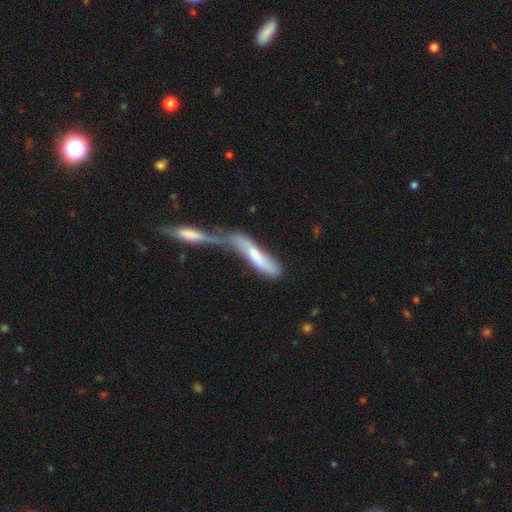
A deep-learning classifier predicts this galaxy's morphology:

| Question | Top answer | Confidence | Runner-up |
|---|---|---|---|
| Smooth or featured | smooth | 60% | featured or disk (34%) |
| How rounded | cigar-shaped | 77% | in between (21%) |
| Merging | merger | 76% | none (11%) |